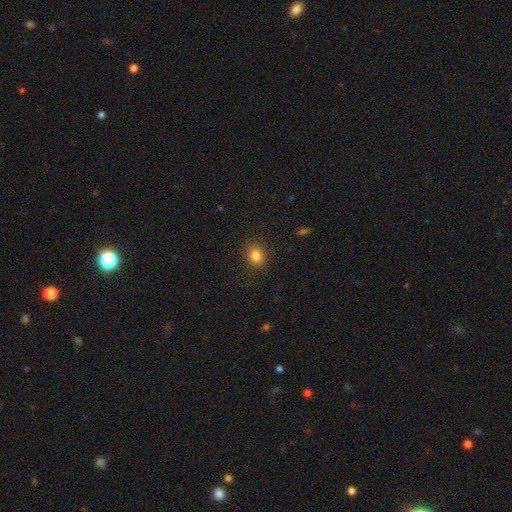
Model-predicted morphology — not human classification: smooth 83%, star or artifact 11%, featured or disk 6%. Down the decision tree: how rounded — round (62%); merging — none (88%).